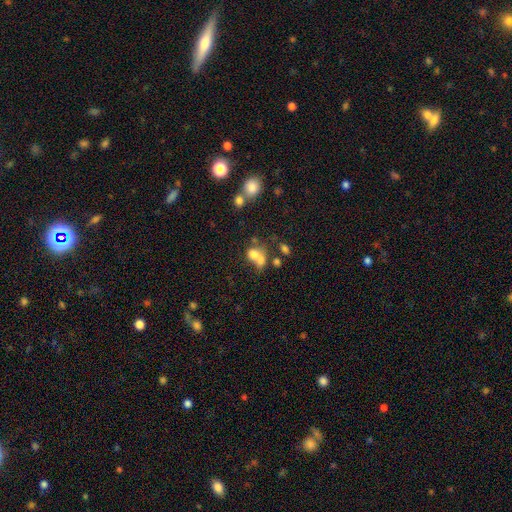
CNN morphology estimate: A smooth galaxy with no disk features (68%) that is in between round and cigar-shaped (51%). Merging: merger (60%).